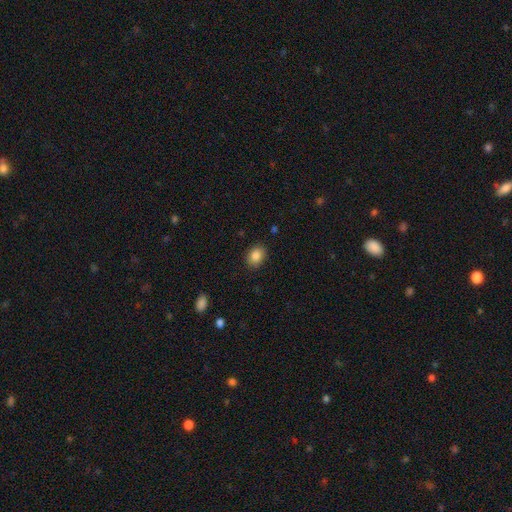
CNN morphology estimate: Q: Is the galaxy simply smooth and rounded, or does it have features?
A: smooth — 86%.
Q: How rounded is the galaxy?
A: in between — 68%.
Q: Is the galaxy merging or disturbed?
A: none — 87%.